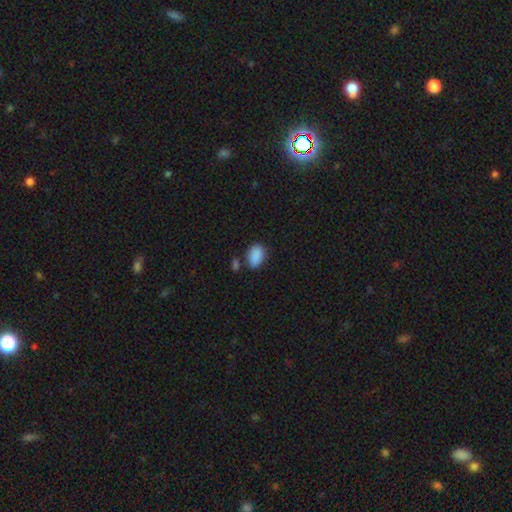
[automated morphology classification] The model was most divided on "merging": none: 69%, minor disturbance: 17%, merger: 10%, major disturbance: 4%. More confident: smooth or featured — smooth (88%); how rounded — in between (88%).